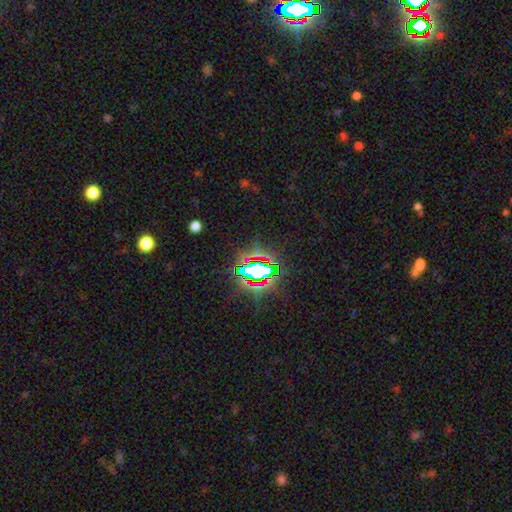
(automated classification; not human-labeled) The model was most divided on "smooth or featured": star or artifact: 80%, smooth: 12%, featured or disk: 8%.